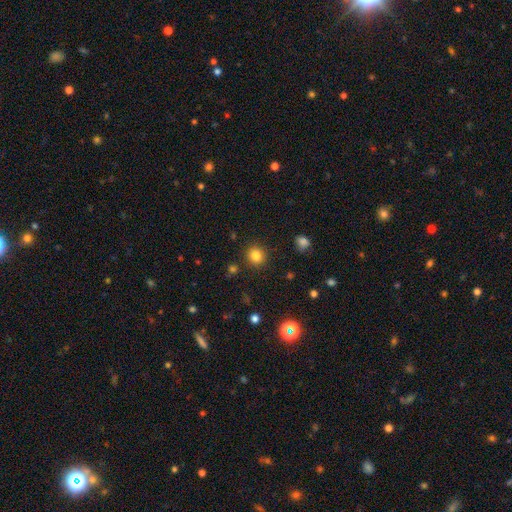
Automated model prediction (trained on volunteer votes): Overall: smooth (82%). How rounded: round (88%). Merging: none (89%).